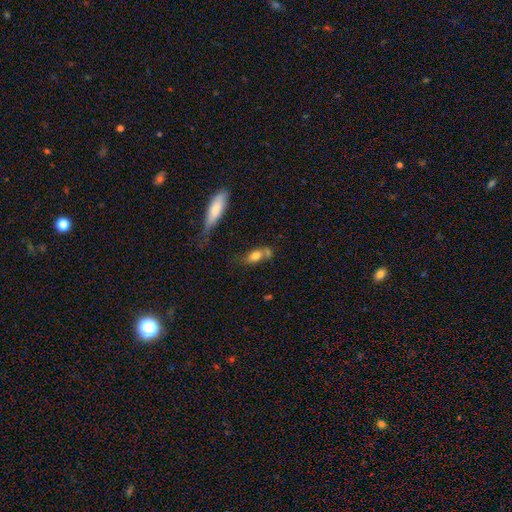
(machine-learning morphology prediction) smooth 72%, featured or disk 19%, star or artifact 9%. Down the decision tree: how rounded — in between (74%); merging — none (42%).